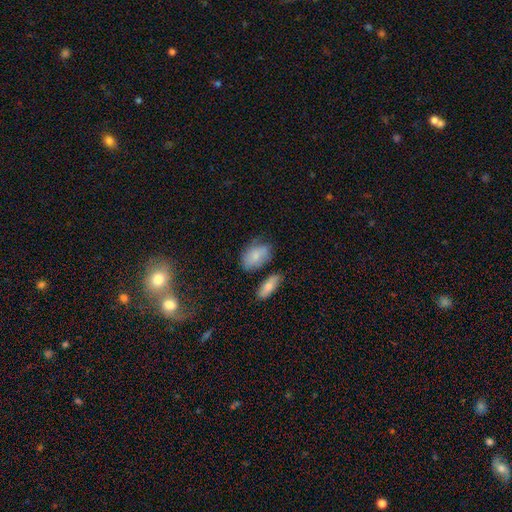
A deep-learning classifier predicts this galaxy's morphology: type=smooth (76%); roundness=in between (85%); merging=none (54%).